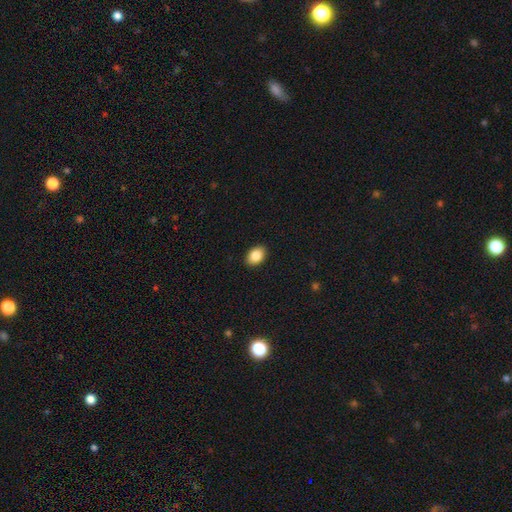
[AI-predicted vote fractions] Smooth or featured? smooth (88%)
How rounded? in between (80%)
Merging? none (90%)